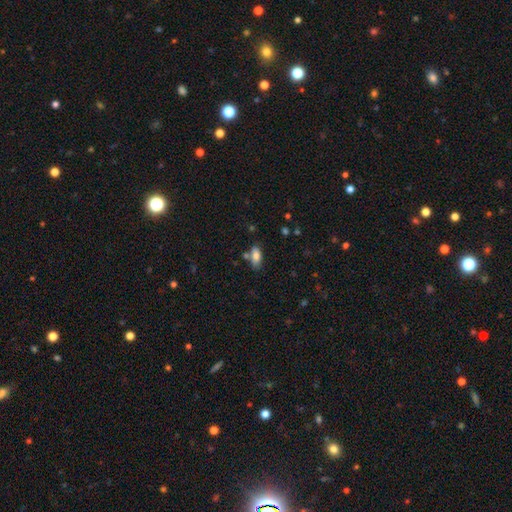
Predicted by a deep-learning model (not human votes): Smooth or featured? Predicted: smooth (p=0.81). How rounded? Predicted: in between (p=0.85). Merging? Predicted: none (p=0.66).